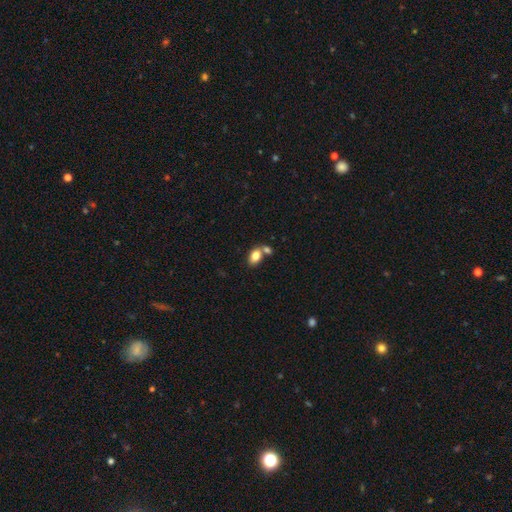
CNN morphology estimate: A smooth galaxy with no disk features (82%) that is in between round and cigar-shaped (84%).

Vote fractions:
- Smooth or featured? smooth: 82% / featured or disk: 10% / star or artifact: 9%
- How rounded? in between: 84% / round: 15% / cigar-shaped: 1%
- Merging? none: 46% / merger: 39% / minor disturbance: 10% / major disturbance: 4%